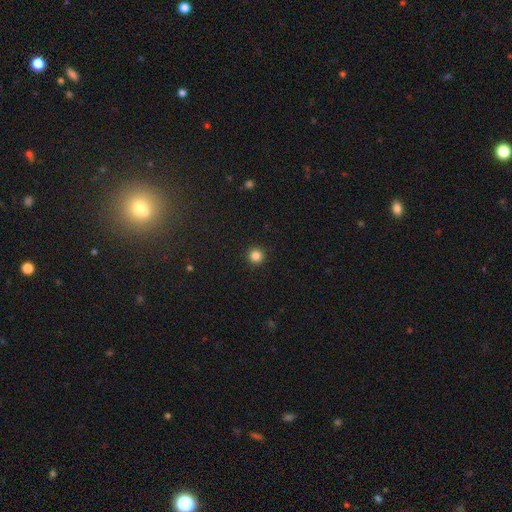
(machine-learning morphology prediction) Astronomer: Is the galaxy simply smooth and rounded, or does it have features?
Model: smooth — 85%.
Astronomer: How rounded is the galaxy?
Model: round — 96%.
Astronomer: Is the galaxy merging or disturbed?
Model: none — 93%.